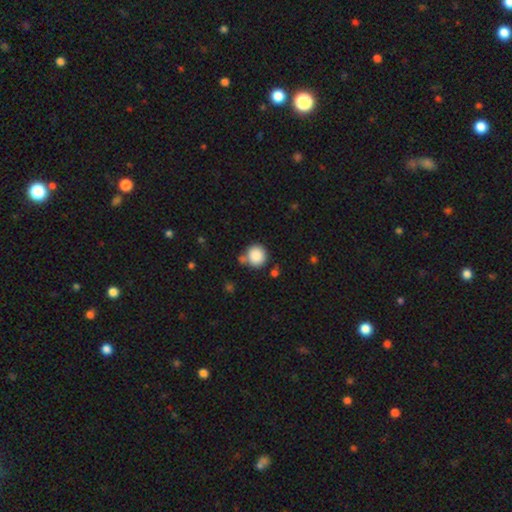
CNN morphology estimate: smooth 87%, star or artifact 9%, featured or disk 4%. Down the decision tree: how rounded — round (90%); merging — none (69%).